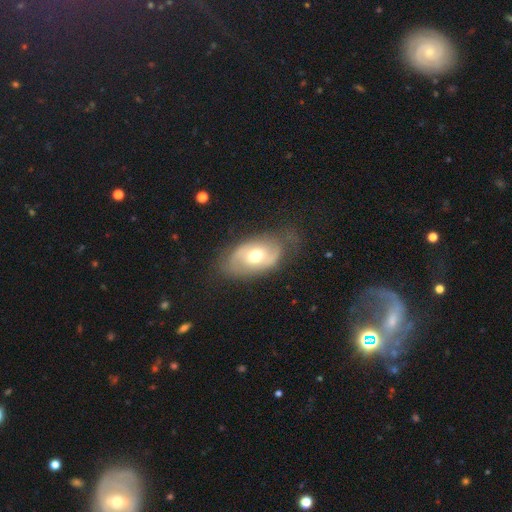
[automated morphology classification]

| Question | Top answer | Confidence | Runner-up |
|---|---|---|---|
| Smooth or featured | featured or disk | 56% | smooth (37%) |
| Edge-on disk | no | 92% | yes (8%) |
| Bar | no | 63% | weak (29%) |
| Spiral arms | yes | 64% | no (36%) |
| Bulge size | moderate | 73% | small (13%) |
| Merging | none | 65% | minor disturbance (23%) |